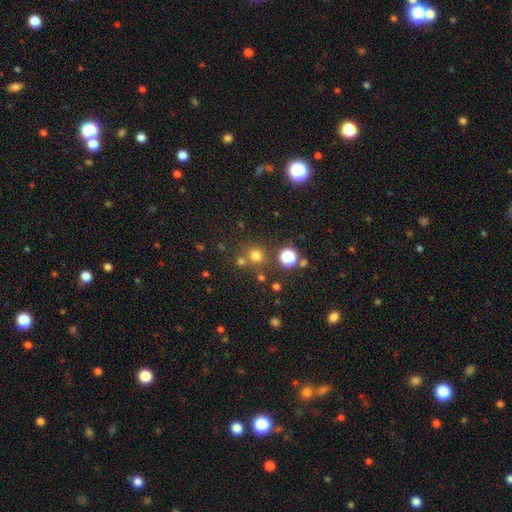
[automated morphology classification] smooth 70%, star or artifact 23%, featured or disk 6%. Down the decision tree: how rounded — round (90%); merging — none (74%).